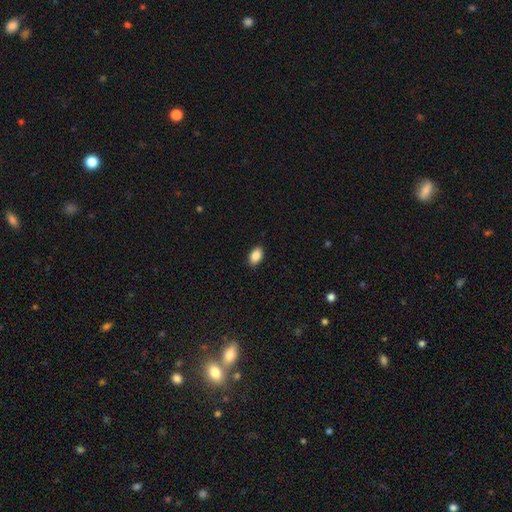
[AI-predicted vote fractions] The model was most divided on "merging": none: 89%, minor disturbance: 8%, major disturbance: 2%, merger: 1%. More confident: how rounded — in between (90%); smooth or featured — smooth (88%).